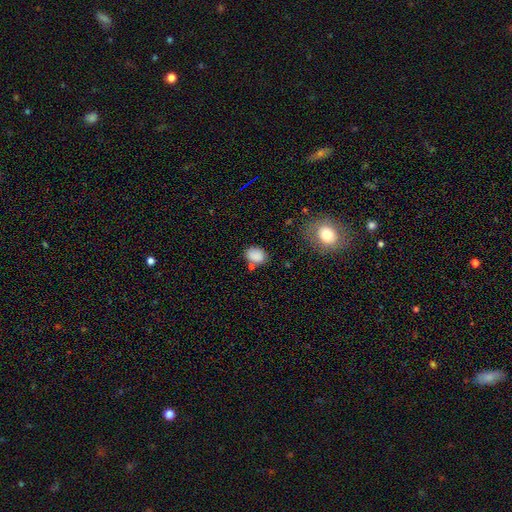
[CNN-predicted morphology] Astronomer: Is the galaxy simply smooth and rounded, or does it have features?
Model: smooth — 85%.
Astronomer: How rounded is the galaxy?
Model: in between — 68%.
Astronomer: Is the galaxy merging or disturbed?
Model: none — 68%.